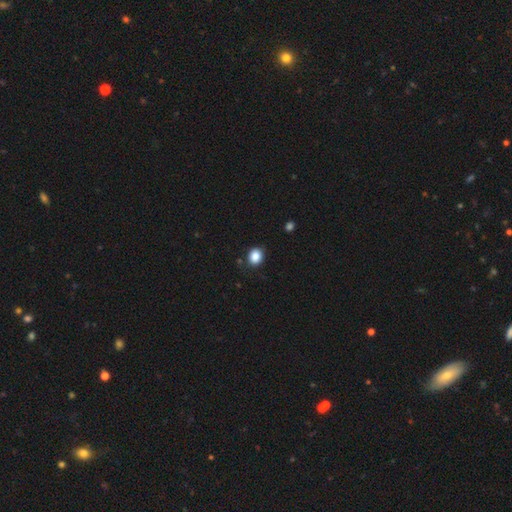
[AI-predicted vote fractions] Smooth or featured: smooth — 86% (star or artifact — 10%)
How rounded: round — 65% (in between — 34%)
Merging: none — 86% (minor disturbance — 10%)